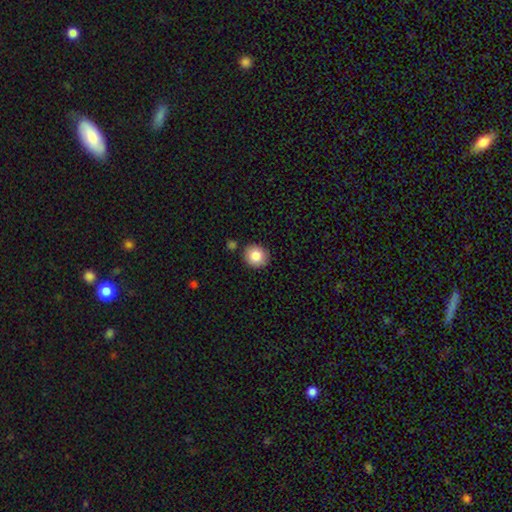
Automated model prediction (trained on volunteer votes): Overall: smooth (86%). How rounded: round (87%). Merging: none (86%).